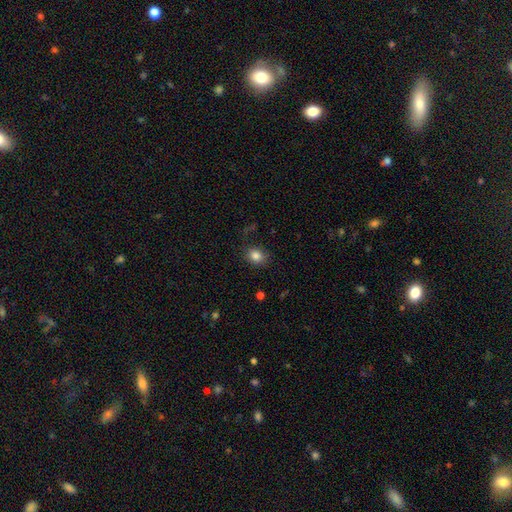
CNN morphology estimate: Smooth or featured? smooth (84%)
How rounded? round (59%)
Merging? none (81%)